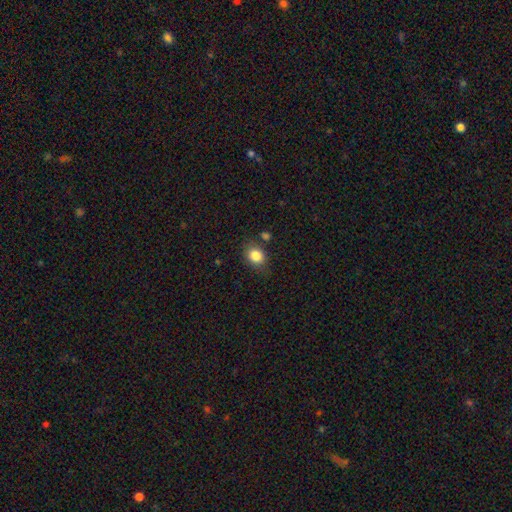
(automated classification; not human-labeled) A smooth galaxy with no disk features (84%) that is in between round and cigar-shaped (50%). Merging: none (74%).